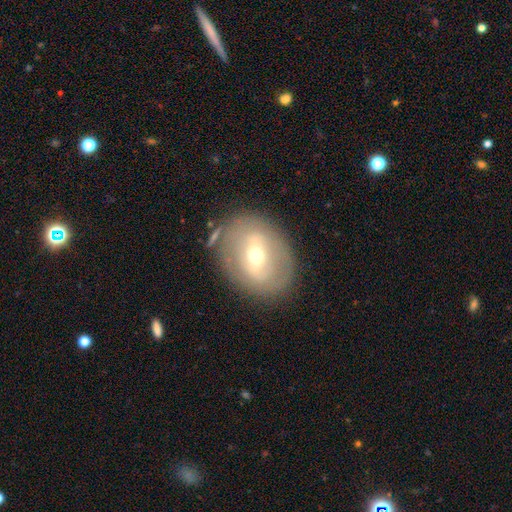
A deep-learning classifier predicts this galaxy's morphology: Overall: featured or disk (58%; smooth 33%). Edge-on disk: no (91%). Bar: weak (40%; strong 35%). Spiral arms: no (70%). Bulge size: moderate (57%; small 37%). Merging: none (78%).